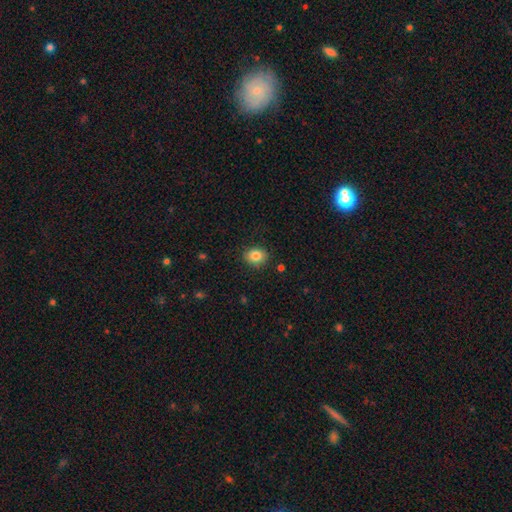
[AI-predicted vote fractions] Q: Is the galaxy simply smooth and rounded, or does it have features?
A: smooth — 84%.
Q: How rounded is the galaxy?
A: round — 55%.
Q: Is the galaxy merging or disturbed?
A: none — 88%.